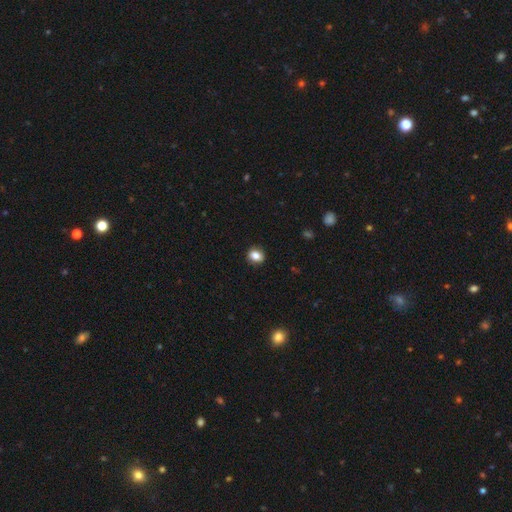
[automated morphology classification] Smooth or featured: smooth — 82% (star or artifact — 10%)
How rounded: round — 65% (in between — 33%)
Merging: none — 89% (minor disturbance — 8%)